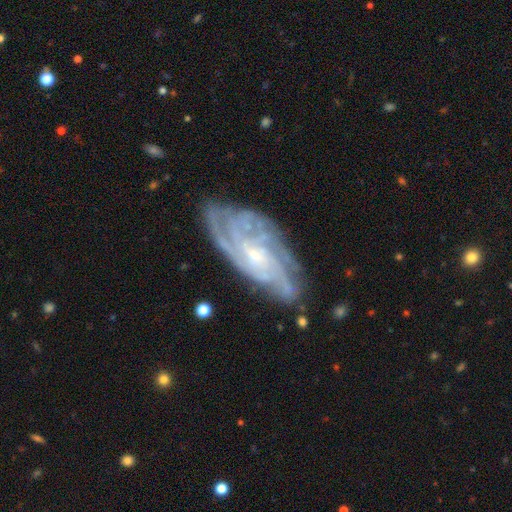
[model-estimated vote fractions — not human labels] featured or disk 85%, smooth 9%, star or artifact 6%. Down the decision tree: edge-on disk — no (93%); bar — no (65%); spiral arms — yes (96%); spiral arm count — can't tell (31%); spiral winding — tight (66%); bulge size — small (63%); merging — none (73%).